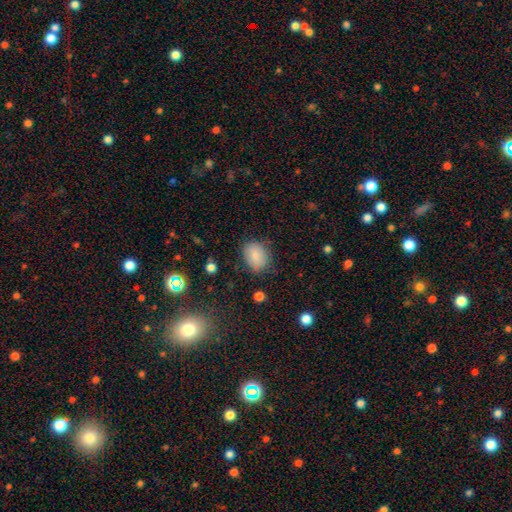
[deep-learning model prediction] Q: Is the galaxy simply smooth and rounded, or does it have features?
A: smooth — 83%.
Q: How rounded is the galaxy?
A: in between — 62%.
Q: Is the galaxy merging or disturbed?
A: none — 75%.